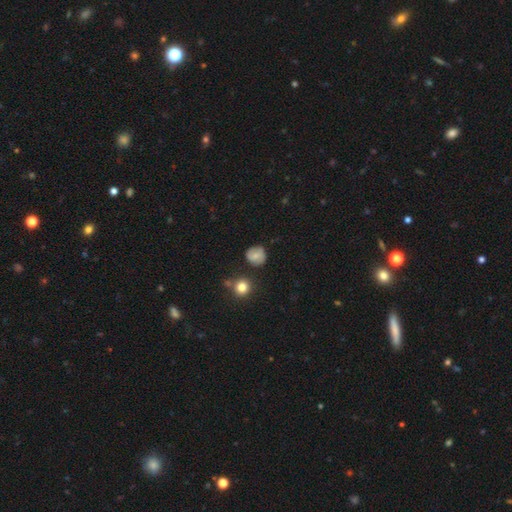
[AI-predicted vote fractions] The model was most divided on "smooth or featured": smooth: 65%, featured or disk: 25%, star or artifact: 10%. More confident: how rounded — round (83%); merging — none (74%).